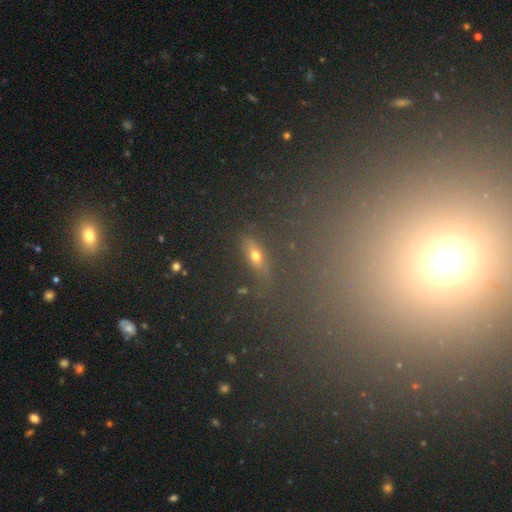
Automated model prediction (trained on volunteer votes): Q: Smooth or featured?
A: smooth (54%); runner-up: star or artifact (27%)
Q: How rounded?
A: in between (57%); runner-up: cigar-shaped (28%)
Q: Merging?
A: none (75%); runner-up: minor disturbance (12%)